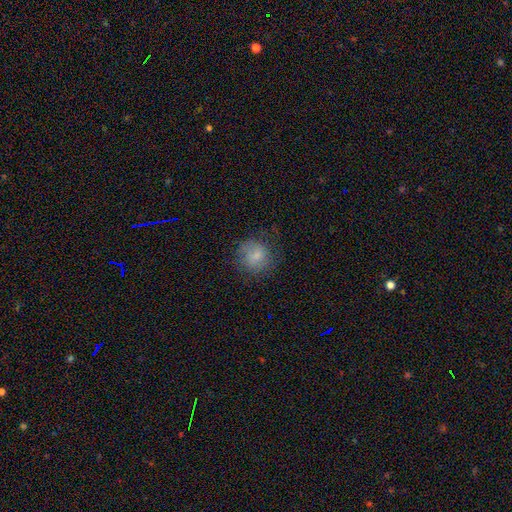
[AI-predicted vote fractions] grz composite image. It shows a smooth galaxy with no disk features (76%) that is round (85%). Merging: none (70%).